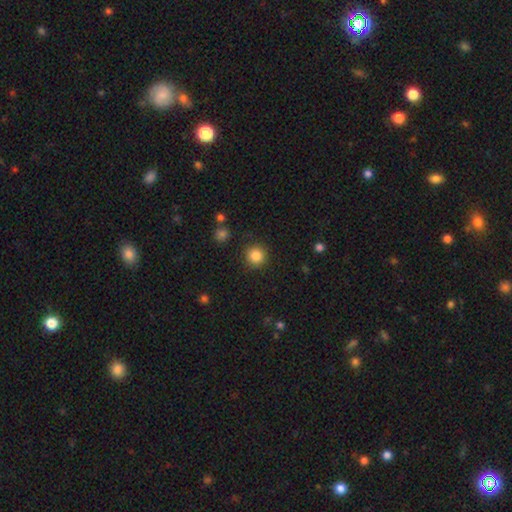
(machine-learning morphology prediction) Overall: smooth (85%). How rounded: round (94%). Merging: none (90%).